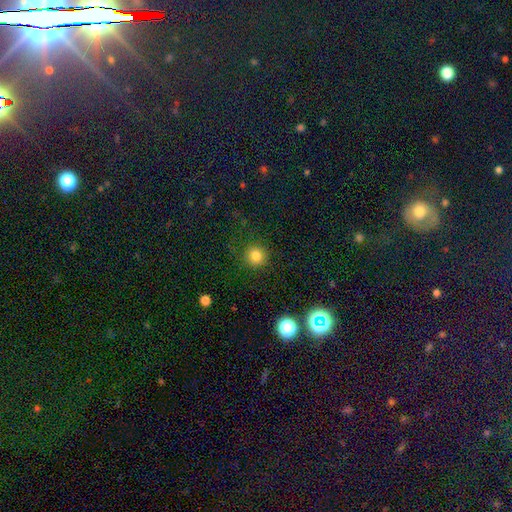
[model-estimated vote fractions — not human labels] Morphology: type=smooth (82%); roundness=round (93%); merging=none (88%).